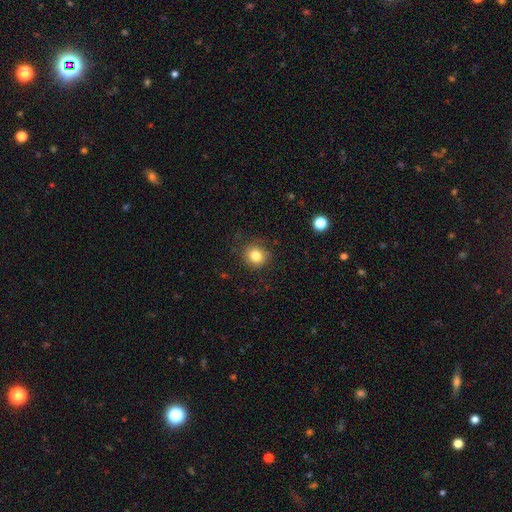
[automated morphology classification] Q: Smooth or featured?
A: smooth (82%); runner-up: star or artifact (11%)
Q: How rounded?
A: round (86%); runner-up: in between (13%)
Q: Merging?
A: none (79%); runner-up: minor disturbance (15%)